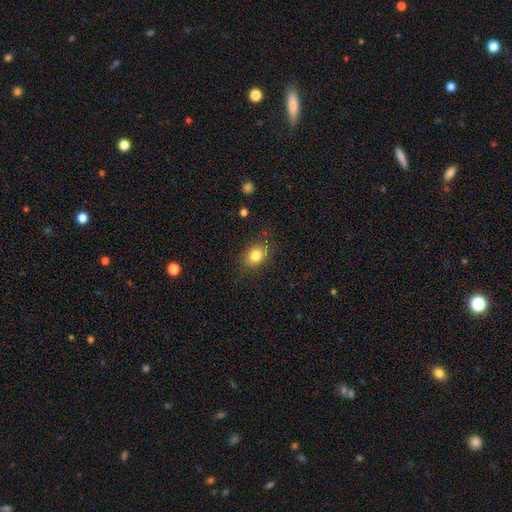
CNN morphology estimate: A smooth galaxy with no disk features (81%) that is in between round and cigar-shaped (58%).

Vote fractions:
- Smooth or featured? smooth: 81% / star or artifact: 10% / featured or disk: 9%
- How rounded? in between: 58% / round: 41% / cigar-shaped: 1%
- Merging? none: 79% / minor disturbance: 15% / major disturbance: 4% / merger: 1%